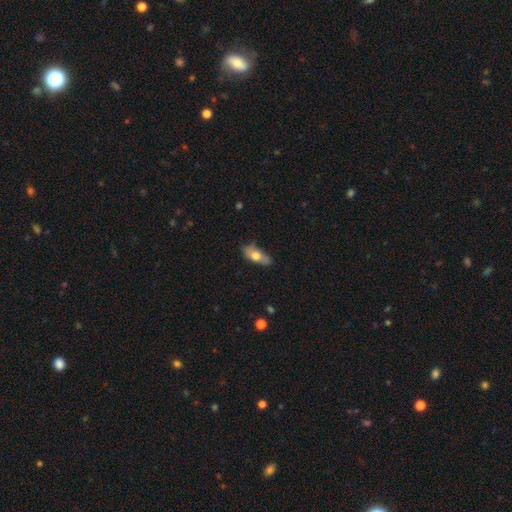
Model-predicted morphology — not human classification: Q: Smooth or featured?
A: smooth (63%); runner-up: featured or disk (30%)
Q: How rounded?
A: in between (76%); runner-up: cigar-shaped (20%)
Q: Merging?
A: none (75%); runner-up: minor disturbance (20%)